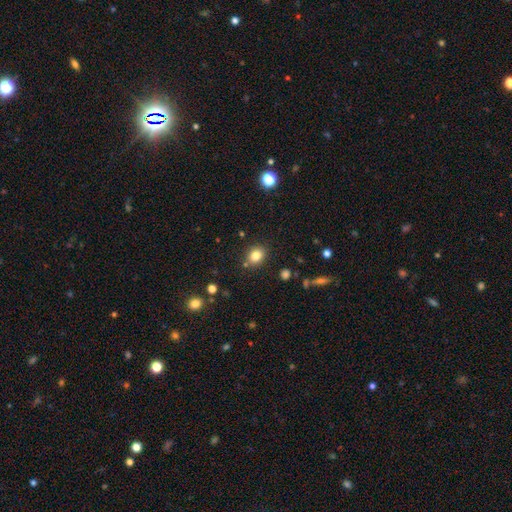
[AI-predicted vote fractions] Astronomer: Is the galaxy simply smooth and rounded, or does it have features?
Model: smooth — 81%.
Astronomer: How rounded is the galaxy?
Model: round — 61% (runner-up: in between, 38%).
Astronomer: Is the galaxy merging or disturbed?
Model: none — 83%.